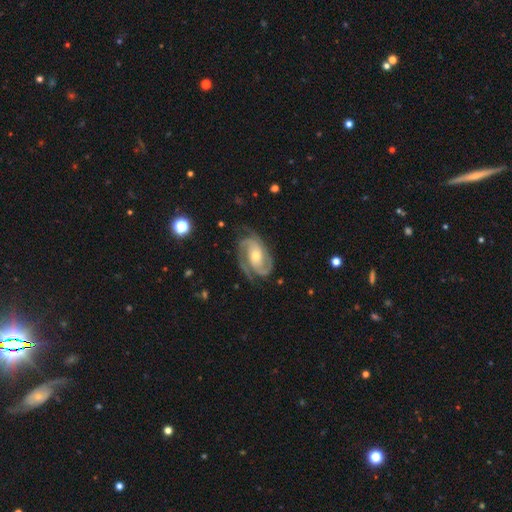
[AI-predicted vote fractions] smooth_or_featured: featured or disk (p=0.91) [alt: smooth p=0.05]
disk_edge_on: no (p=0.97) [alt: yes p=0.03]
bar: no (p=0.58) [alt: weak p=0.29]
has_spiral_arms: yes (p=0.98) [alt: no p=0.02]
spiral_winding: tight (p=0.52) [alt: medium p=0.41]
spiral_arm_count: 2 (p=0.63) [alt: 3 p=0.22]
bulge_size: moderate (p=0.52) [alt: small p=0.43]
merging: none (p=0.74) [alt: minor disturbance p=0.17]